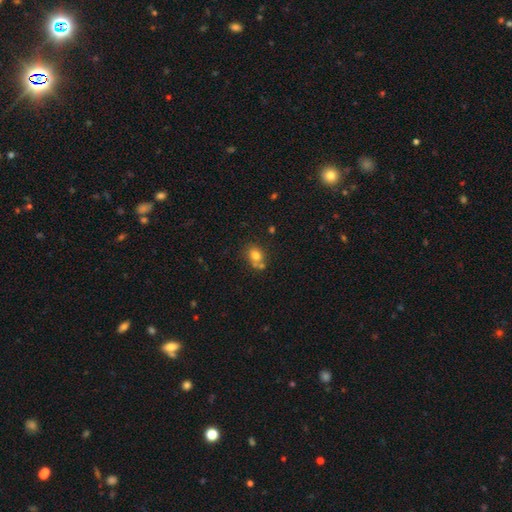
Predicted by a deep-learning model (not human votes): Q: Smooth or featured?
A: smooth (76%); runner-up: featured or disk (12%)
Q: How rounded?
A: round (51%); runner-up: in between (48%)
Q: Merging?
A: none (51%); runner-up: merger (28%)